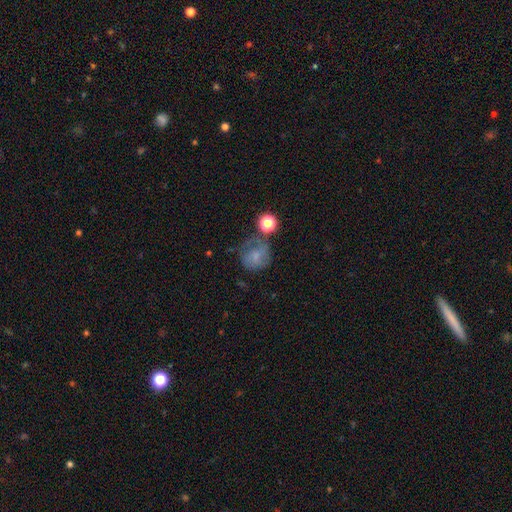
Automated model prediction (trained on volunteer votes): smooth-or-featured: smooth: 54% | featured or disk: 33% | star or artifact: 13%
  how-rounded: round: 76% | in between: 23% | cigar-shaped: 1%
  merging: none: 42% | minor disturbance: 24% | major disturbance: 24% | merger: 10%